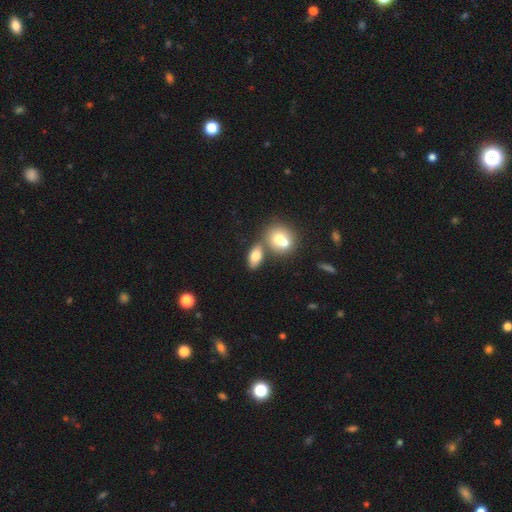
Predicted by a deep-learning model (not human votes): Q: Smooth or featured?
A: smooth (74%); runner-up: featured or disk (16%)
Q: How rounded?
A: in between (83%); runner-up: round (12%)
Q: Merging?
A: none (55%); runner-up: merger (30%)